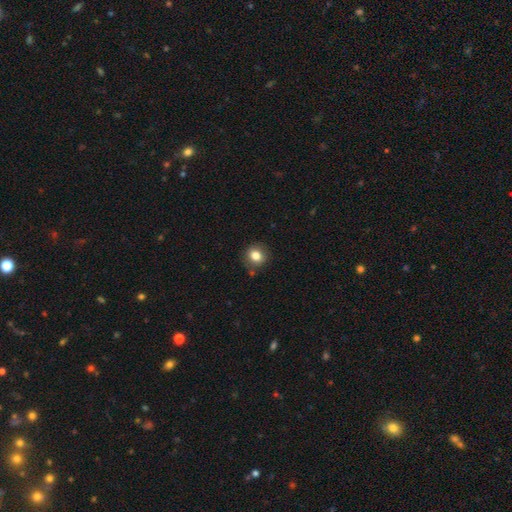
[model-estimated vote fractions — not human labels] Smooth or featured?
  - smooth: 82% *
  - star or artifact: 10%
  - featured or disk: 7%
How rounded?
  - round: 77% *
  - in between: 22%
  - cigar-shaped: 1%
Merging?
  - none: 84% *
  - minor disturbance: 11%
  - major disturbance: 3%
  - merger: 2%